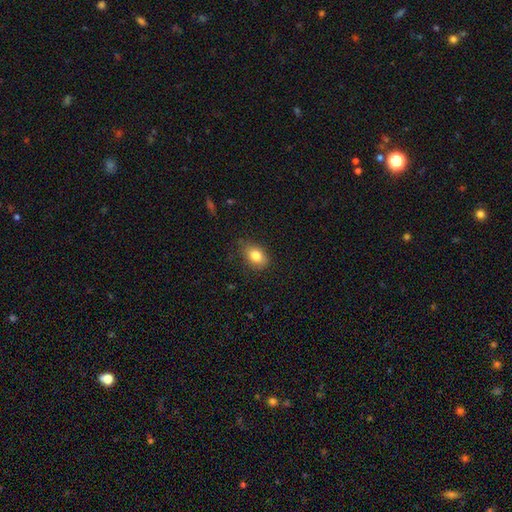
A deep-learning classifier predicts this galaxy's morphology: The model was most divided on "how rounded": in between: 77%, round: 21%, cigar-shaped: 2%. More confident: smooth or featured — smooth (82%); merging — none (76%).